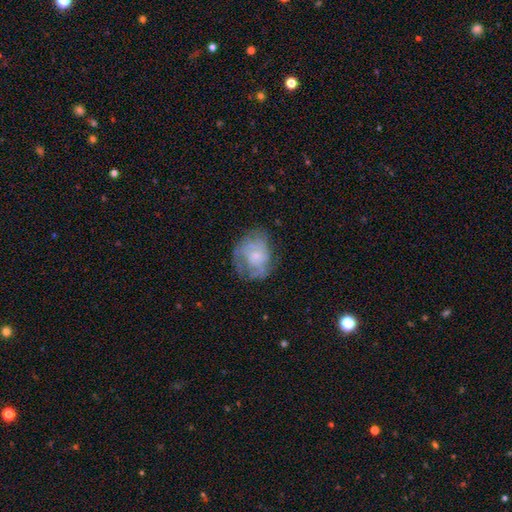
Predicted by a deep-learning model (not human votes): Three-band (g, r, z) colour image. It shows a featured or disk galaxy (52%) with no bar (81%), spiral arms (52%) and a small central bulge (58%). Merging: none (53%).